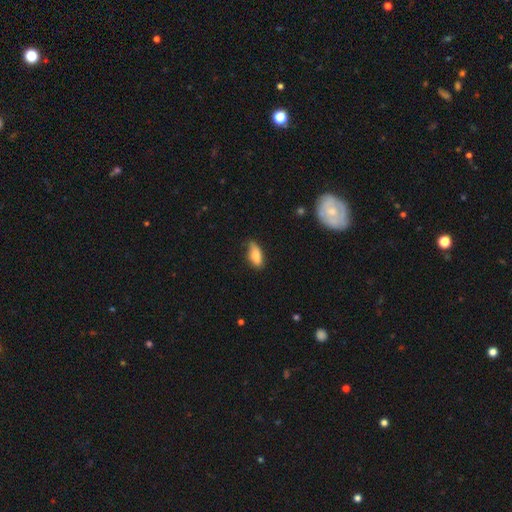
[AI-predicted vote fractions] Overall: smooth (82%). How rounded: in between (83%). Merging: none (57%; minor disturbance 35%).